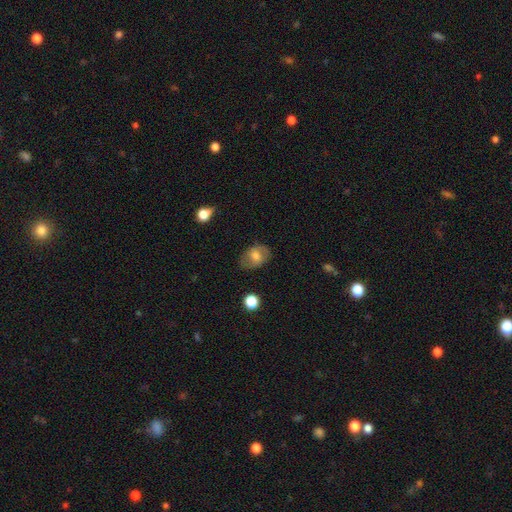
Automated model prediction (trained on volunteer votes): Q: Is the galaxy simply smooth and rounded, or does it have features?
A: smooth — 63%.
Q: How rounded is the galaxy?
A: in between — 73%.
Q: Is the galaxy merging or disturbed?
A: none — 73%.